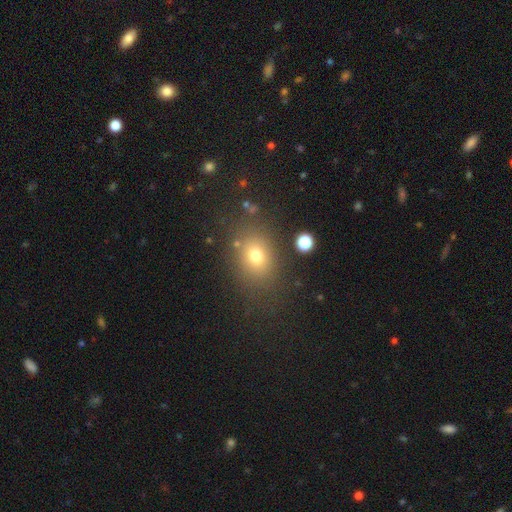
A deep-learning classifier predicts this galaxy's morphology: smooth 73%, star or artifact 16%, featured or disk 11%. Down the decision tree: how rounded — in between (54%); merging — none (79%).